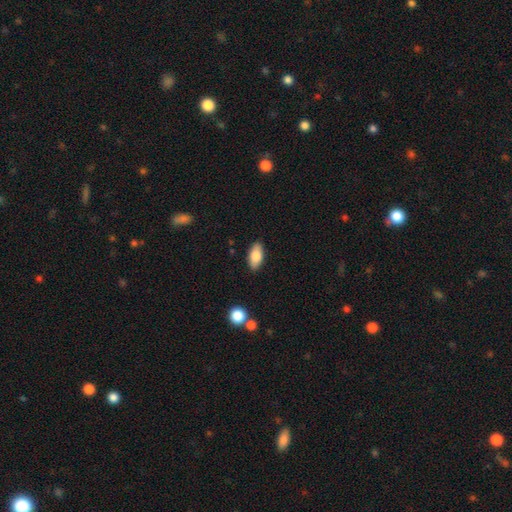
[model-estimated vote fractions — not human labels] This is likely a smooth galaxy (80%). How rounded: clearly in between (90%). Merging: clearly none (87%).